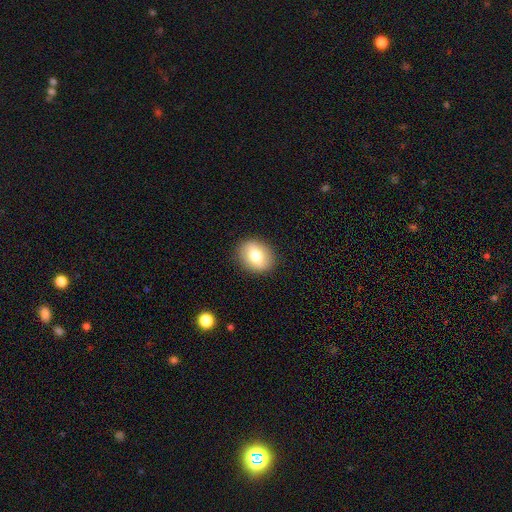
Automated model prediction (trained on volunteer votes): A smooth galaxy with no disk features (75%) that is in between round and cigar-shaped (55%).

Vote fractions:
- Smooth or featured? smooth: 75% / featured or disk: 17% / star or artifact: 8%
- How rounded? in between: 55% / round: 44% / cigar-shaped: 1%
- Merging? none: 89% / minor disturbance: 8% / major disturbance: 2% / merger: 1%